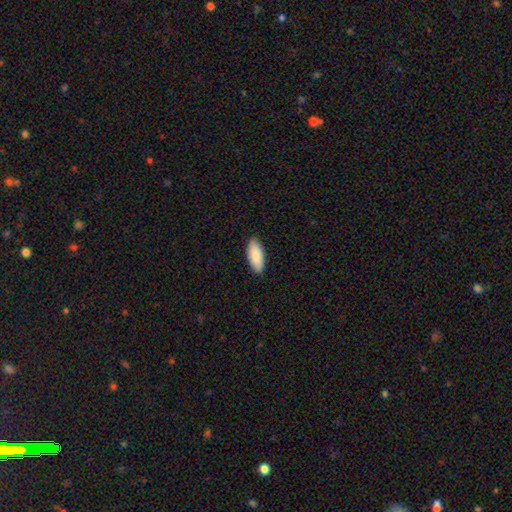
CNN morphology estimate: Overall: smooth (87%). How rounded: in between (83%). Merging: none (89%).